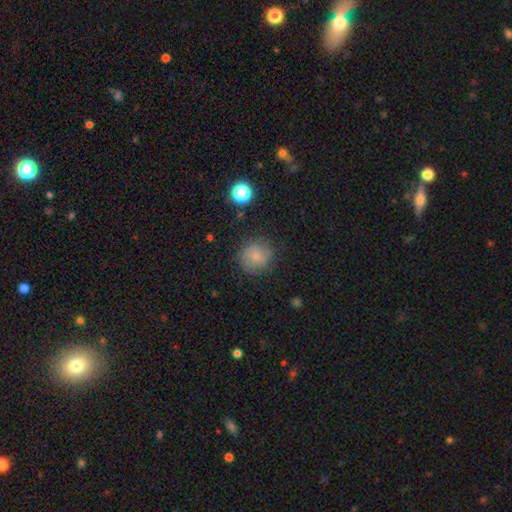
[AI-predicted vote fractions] Smooth or featured: smooth — 65% (featured or disk — 24%)
How rounded: round — 88% (in between — 11%)
Merging: none — 78% (minor disturbance — 15%)